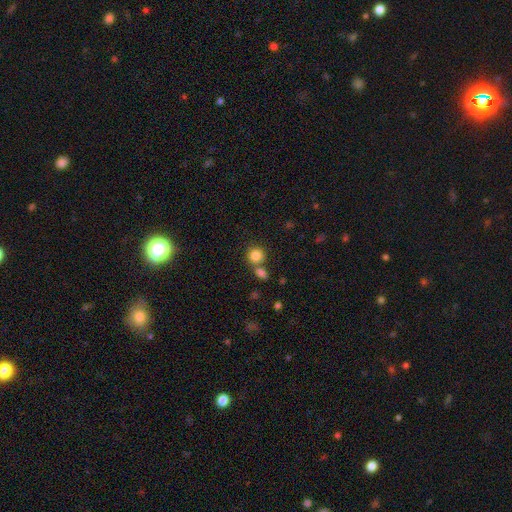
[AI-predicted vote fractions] Morphology: type=smooth (84%); roundness=round (87%); merging=none (64%).